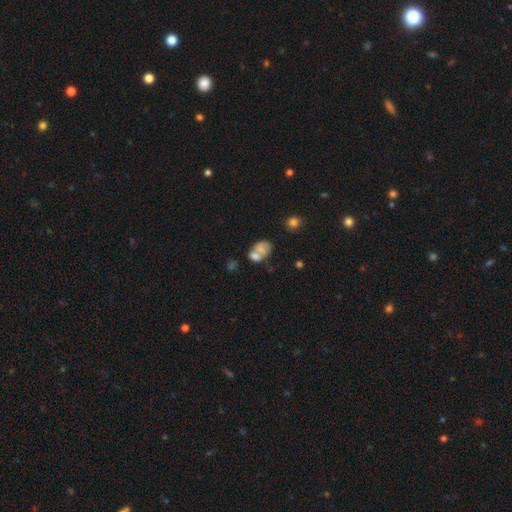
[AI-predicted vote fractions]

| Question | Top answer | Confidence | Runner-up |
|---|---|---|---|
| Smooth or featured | smooth | 64% | featured or disk (25%) |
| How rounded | in between | 70% | round (29%) |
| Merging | merger | 54% | none (24%) |